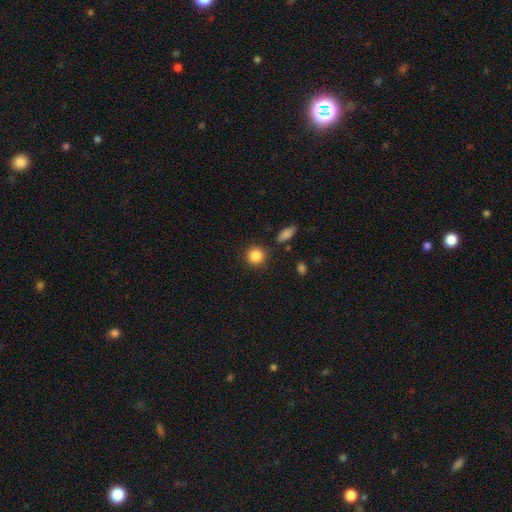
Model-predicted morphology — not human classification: Q: Smooth or featured?
A: smooth (87%); runner-up: star or artifact (9%)
Q: How rounded?
A: round (91%); runner-up: in between (8%)
Q: Merging?
A: none (87%); runner-up: minor disturbance (7%)